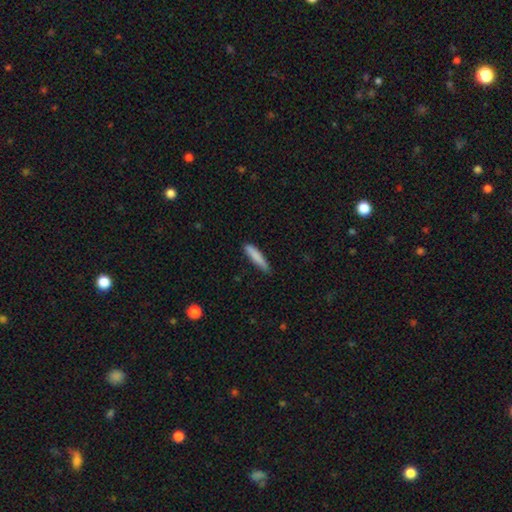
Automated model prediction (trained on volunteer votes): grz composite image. It shows a smooth galaxy with no disk features (83%) that is cigar-shaped (86%). Merging: none (75%).